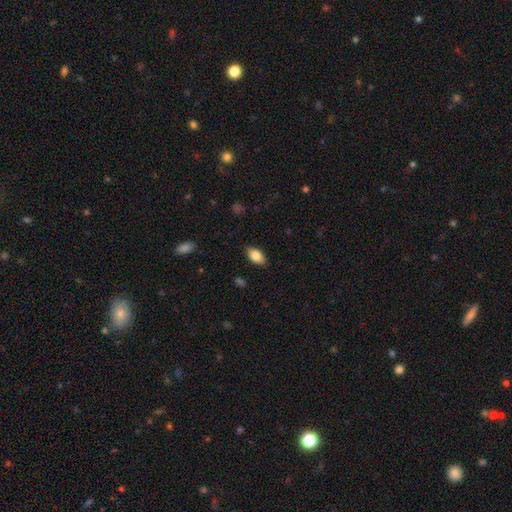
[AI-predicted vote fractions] This appears to be a smooth galaxy with no disk features (85%) that is in between round and cigar-shaped (92%). Merging: none (86%).